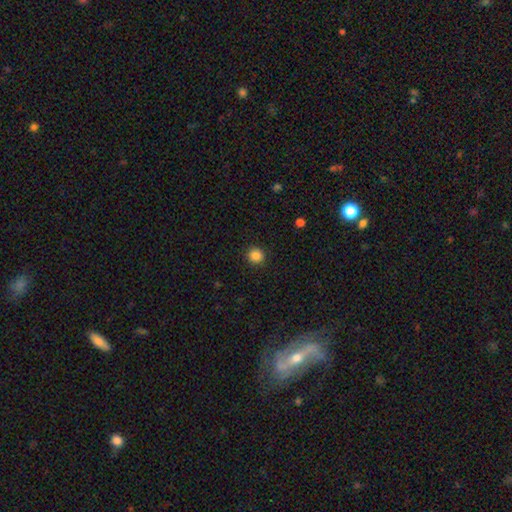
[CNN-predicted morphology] Q: Smooth or featured?
A: smooth (85%); runner-up: star or artifact (11%)
Q: How rounded?
A: round (93%); runner-up: in between (6%)
Q: Merging?
A: none (92%); runner-up: minor disturbance (5%)